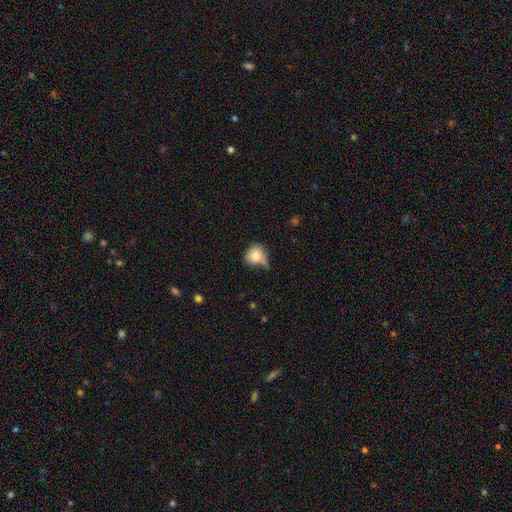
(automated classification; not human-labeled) smooth 81%, featured or disk 10%, star or artifact 9%. Down the decision tree: how rounded — round (70%); merging — none (40%).